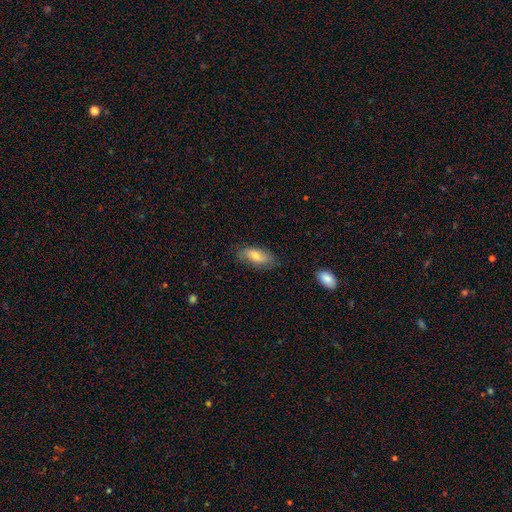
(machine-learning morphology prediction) A smooth galaxy with no disk features (74%) that is in between round and cigar-shaped (84%).

Vote fractions:
- Smooth or featured? smooth: 74% / featured or disk: 19% / star or artifact: 7%
- How rounded? in between: 84% / cigar-shaped: 14% / round: 3%
- Merging? none: 79% / minor disturbance: 16% / major disturbance: 4% / merger: 1%